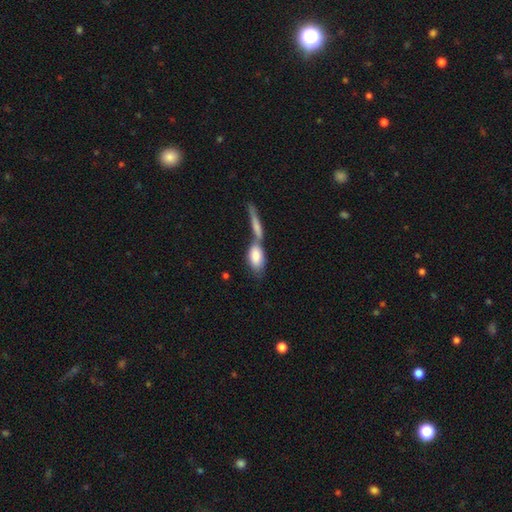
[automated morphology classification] A smooth galaxy with no disk features (78%) that is in between round and cigar-shaped (85%). Merging: merger (56%).